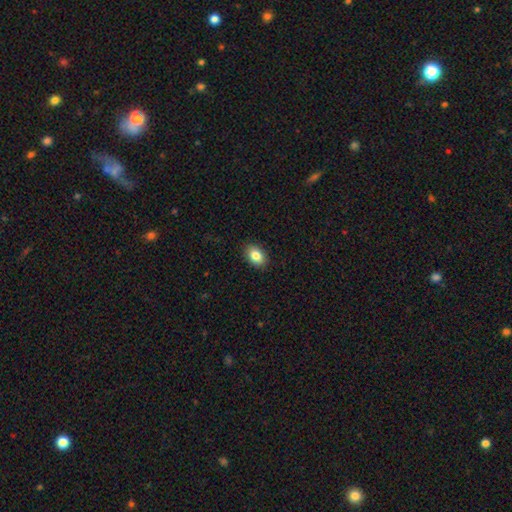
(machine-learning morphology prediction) type=smooth (84%); roundness=in between (83%); merging=none (90%).